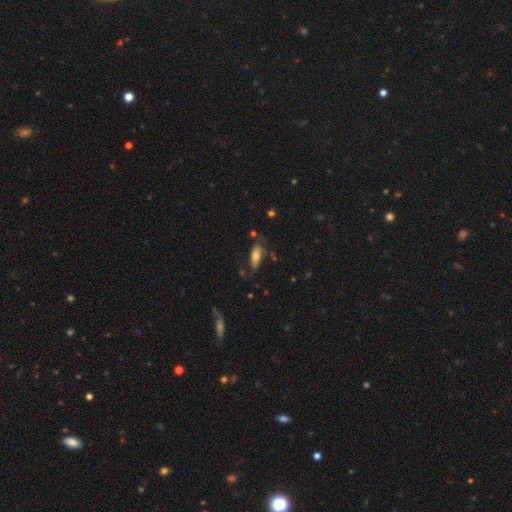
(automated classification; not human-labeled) Smooth or featured? Predicted: smooth (p=0.73). How rounded? Predicted: in between (p=0.70). Merging? Predicted: none (p=0.66).